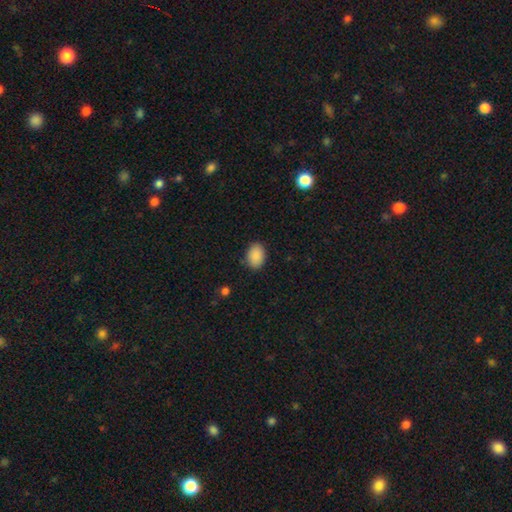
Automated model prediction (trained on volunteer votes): Smooth or featured: smooth — 90% (star or artifact — 7%)
How rounded: in between — 81% (round — 18%)
Merging: none — 86% (minor disturbance — 10%)